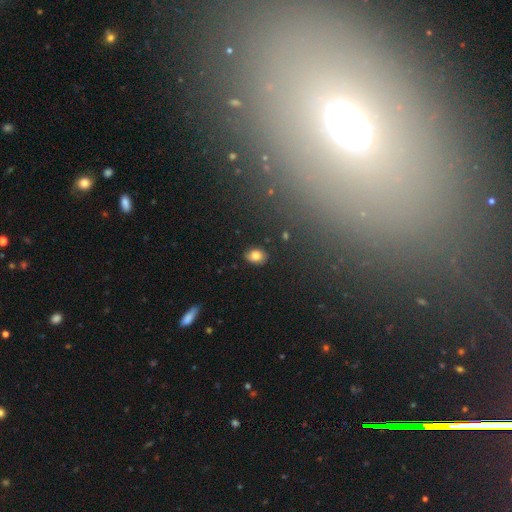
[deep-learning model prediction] This is clearly a smooth galaxy (82%). How rounded: likely in between (68%). Merging: clearly none (85%).